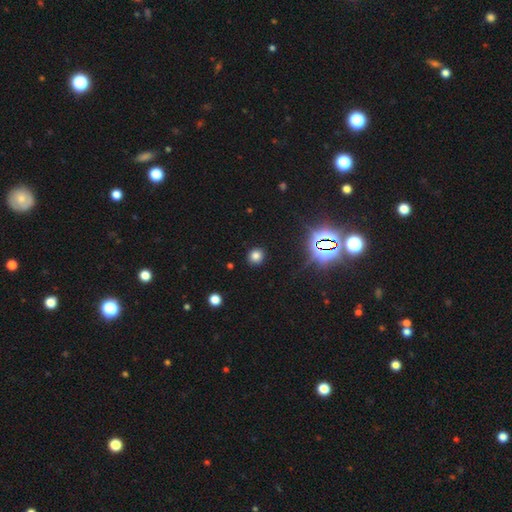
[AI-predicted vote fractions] smooth-or-featured: smooth: 75% | star or artifact: 19% | featured or disk: 6%
  how-rounded: round: 88% | in between: 11% | cigar-shaped: 1%
  merging: none: 90% | minor disturbance: 6% | major disturbance: 2% | merger: 1%